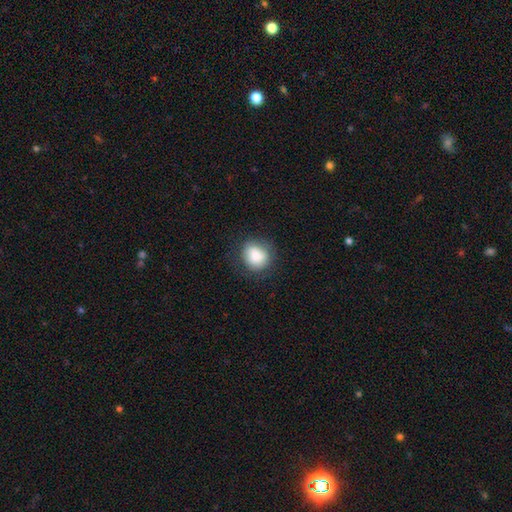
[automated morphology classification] Q: Smooth or featured?
A: smooth (82%); runner-up: featured or disk (10%)
Q: How rounded?
A: round (75%); runner-up: in between (24%)
Q: Merging?
A: none (77%); runner-up: minor disturbance (16%)